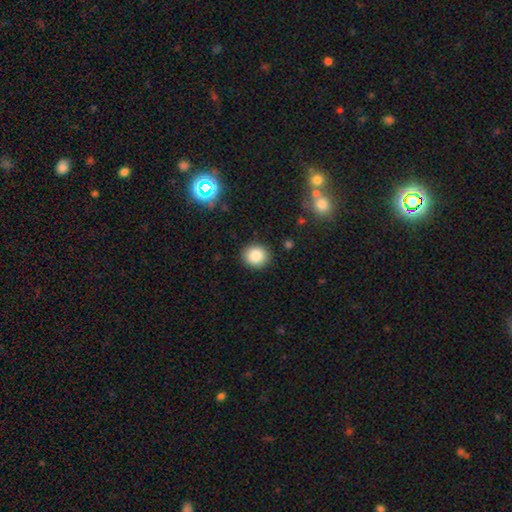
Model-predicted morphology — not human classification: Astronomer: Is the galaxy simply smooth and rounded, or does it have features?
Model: smooth — 85%.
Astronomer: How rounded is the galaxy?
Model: round — 84%.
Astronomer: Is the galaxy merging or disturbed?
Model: none — 90%.